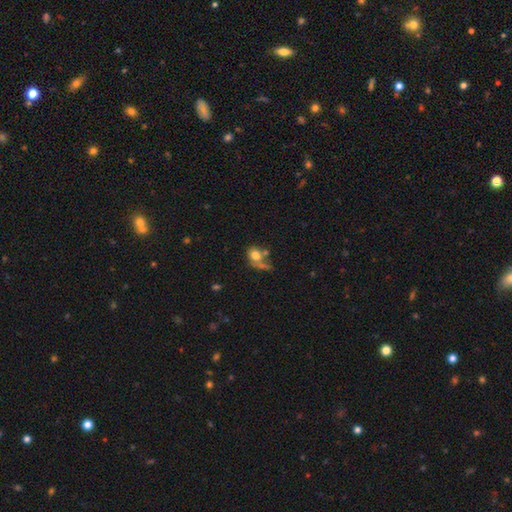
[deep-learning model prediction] This appears to be a smooth galaxy with no disk features (71%) that is round (54%). Merging: none (33%).